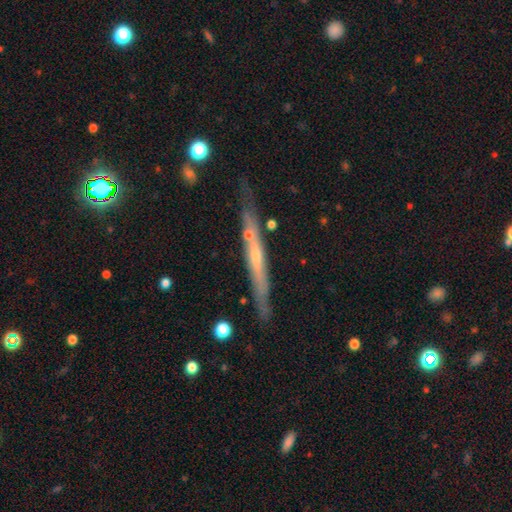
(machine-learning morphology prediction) smooth_or_featured: featured or disk (p=0.65) [alt: smooth p=0.29]
disk_edge_on: yes (p=0.91) [alt: no p=0.09]
edge_on_bulge: none (p=0.58) [alt: rounded p=0.35]
merging: none (p=0.74) [alt: minor disturbance p=0.17]